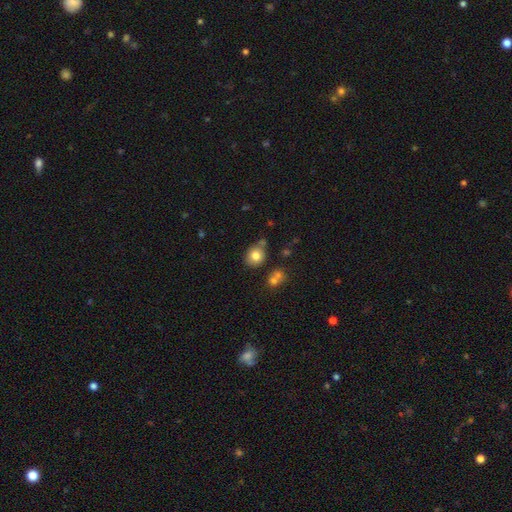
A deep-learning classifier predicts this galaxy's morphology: This is likely a smooth galaxy (79%). How rounded: likely round (65%). Merging: likely none (67%).